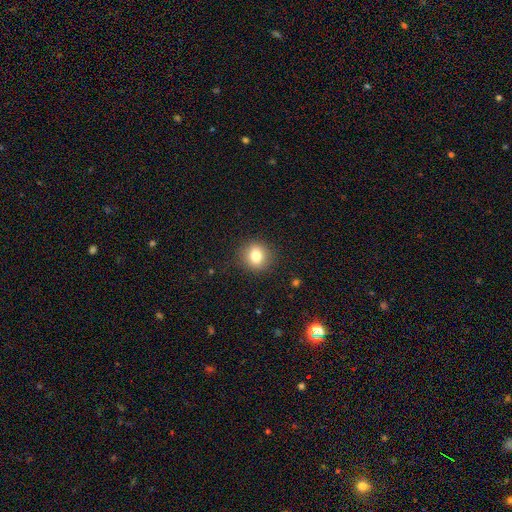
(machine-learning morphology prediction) A smooth galaxy with no disk features (80%) that is round (82%).

Vote fractions:
- Smooth or featured? smooth: 80% / star or artifact: 11% / featured or disk: 9%
- How rounded? round: 82% / in between: 17% / cigar-shaped: 1%
- Merging? none: 89% / minor disturbance: 8% / major disturbance: 3% / merger: 1%